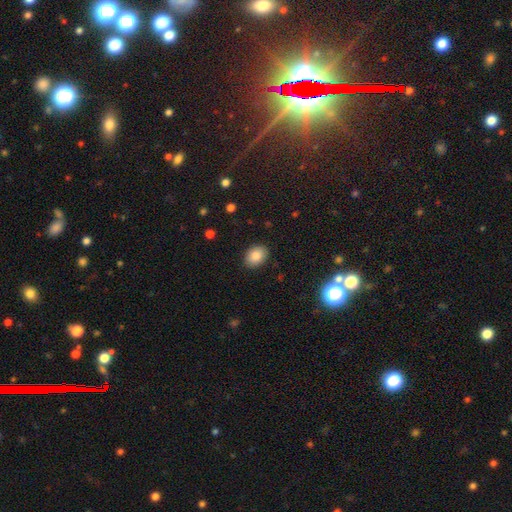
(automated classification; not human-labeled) Overall: smooth (84%). How rounded: in between (70%). Merging: none (89%).